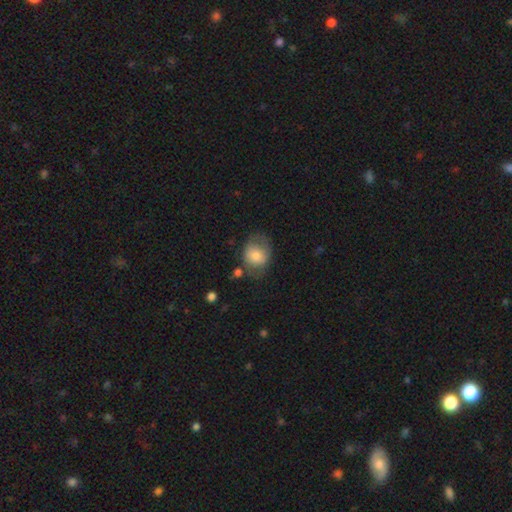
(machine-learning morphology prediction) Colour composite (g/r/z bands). It shows a smooth galaxy with no disk features (70%) that is round (56%). Merging: none (51%).